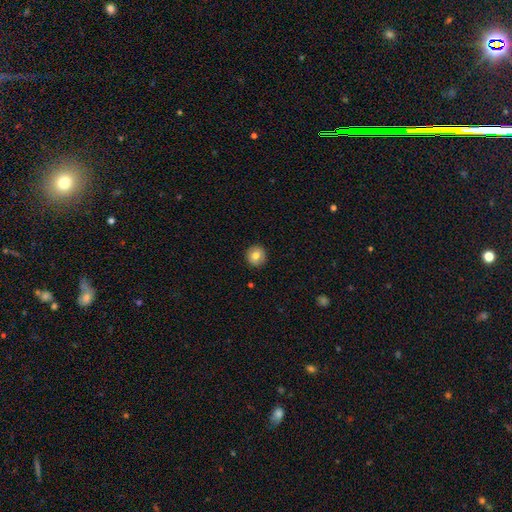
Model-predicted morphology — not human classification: Smooth or featured? smooth (76%)
How rounded? round (91%)
Merging? none (91%)